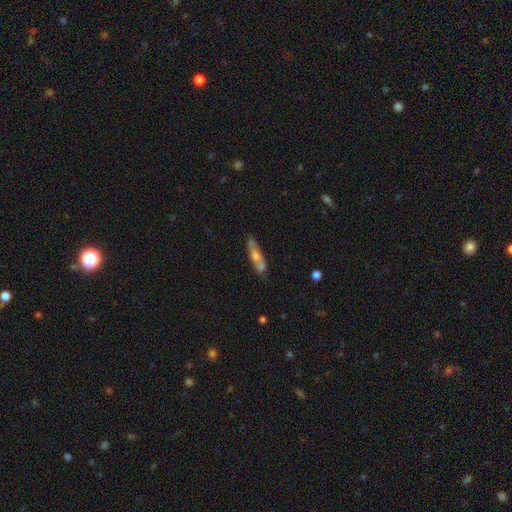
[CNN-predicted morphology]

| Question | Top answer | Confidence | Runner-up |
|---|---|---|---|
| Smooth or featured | smooth | 53% | featured or disk (40%) |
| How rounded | cigar-shaped | 76% | in between (22%) |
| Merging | none | 65% | minor disturbance (20%) |